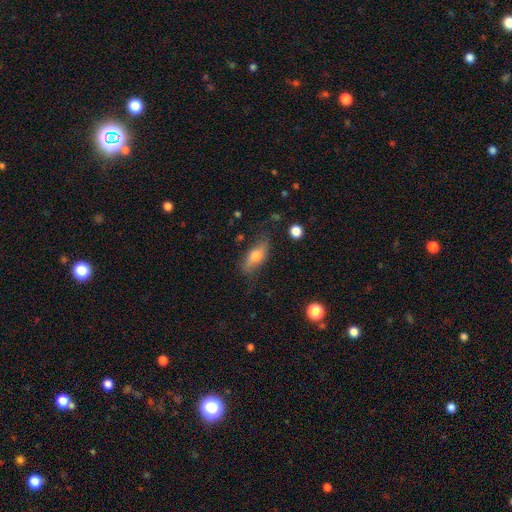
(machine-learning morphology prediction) A smooth galaxy with no disk features (62%) that is in between round and cigar-shaped (73%). Merging: none (70%).